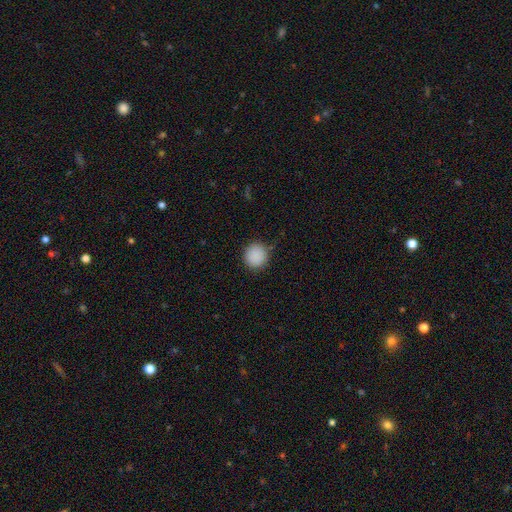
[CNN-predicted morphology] A smooth galaxy with no disk features (88%) that is round (91%).

Vote fractions:
- Smooth or featured? smooth: 88% / star or artifact: 9% / featured or disk: 3%
- How rounded? round: 91% / in between: 8% / cigar-shaped: 1%
- Merging? none: 88% / minor disturbance: 8% / major disturbance: 3% / merger: 1%